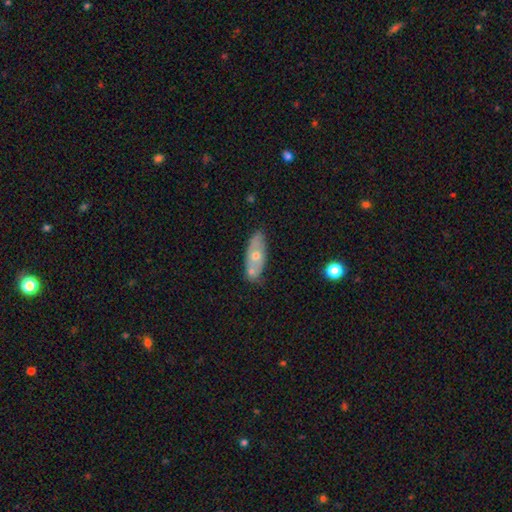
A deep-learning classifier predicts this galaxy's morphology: Smooth or featured? smooth (50%)
Merging? none (66%)